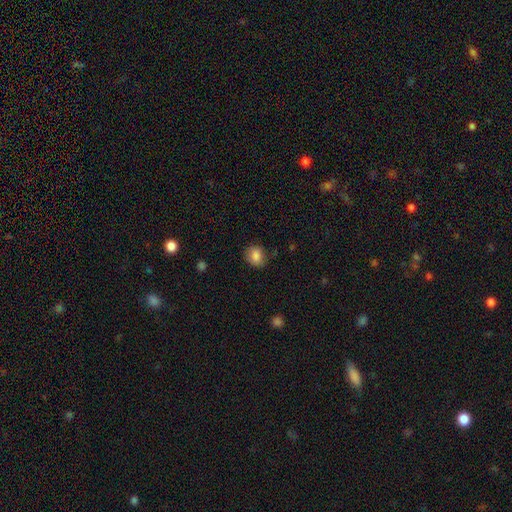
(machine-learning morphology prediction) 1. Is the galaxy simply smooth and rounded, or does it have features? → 84% smooth, 9% star or artifact, 7% featured or disk.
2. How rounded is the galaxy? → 65% round, 34% in between, 1% cigar-shaped.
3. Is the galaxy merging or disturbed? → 78% none, 16% minor disturbance, 4% major disturbance, 1% merger.